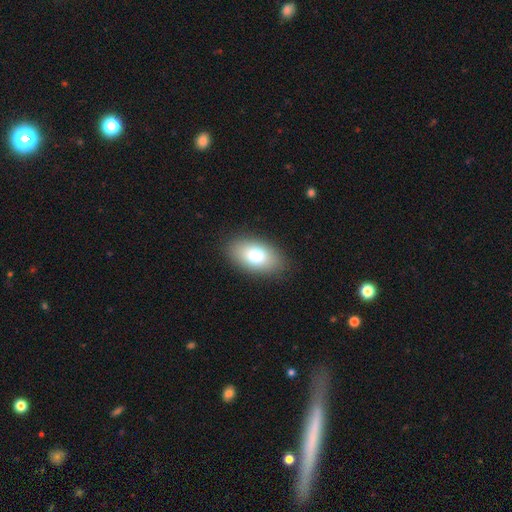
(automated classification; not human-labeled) smooth-or-featured: smooth: 78% | featured or disk: 13% | star or artifact: 8%
  how-rounded: in between: 92% | round: 6% | cigar-shaped: 2%
  merging: none: 88% | minor disturbance: 9% | major disturbance: 3% | merger: 1%